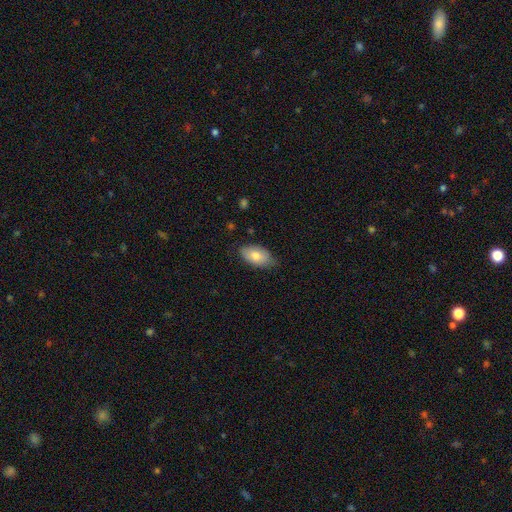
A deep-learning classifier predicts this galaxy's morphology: This is likely a smooth galaxy (77%). How rounded: clearly in between (94%). Merging: likely none (71%).